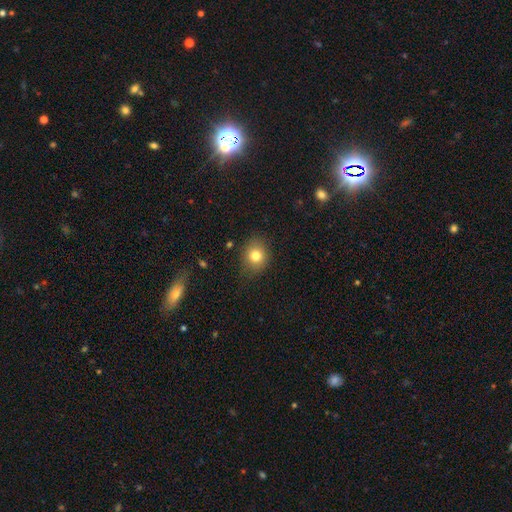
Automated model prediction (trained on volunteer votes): This is likely a smooth galaxy (79%). How rounded: likely round (66%). Merging: clearly none (81%).